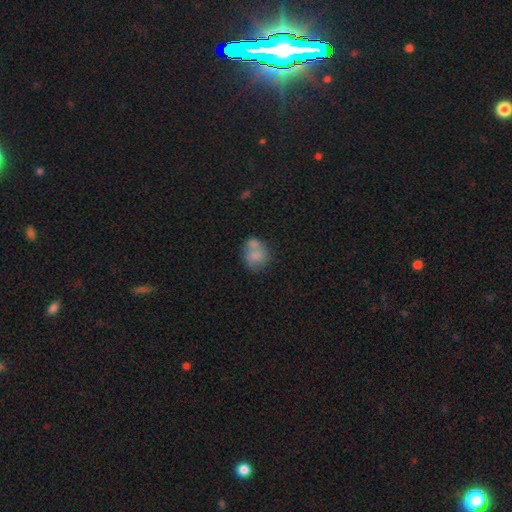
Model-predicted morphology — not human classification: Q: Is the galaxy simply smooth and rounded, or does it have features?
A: smooth — 73%.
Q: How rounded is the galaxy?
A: round — 69%.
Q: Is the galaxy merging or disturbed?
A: none — 38%.